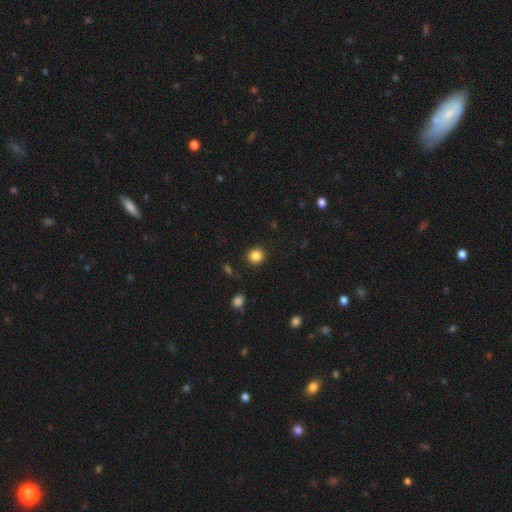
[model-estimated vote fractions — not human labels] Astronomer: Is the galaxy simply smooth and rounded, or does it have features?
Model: smooth — 85%.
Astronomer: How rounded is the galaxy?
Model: round — 92%.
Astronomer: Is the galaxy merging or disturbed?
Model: none — 91%.